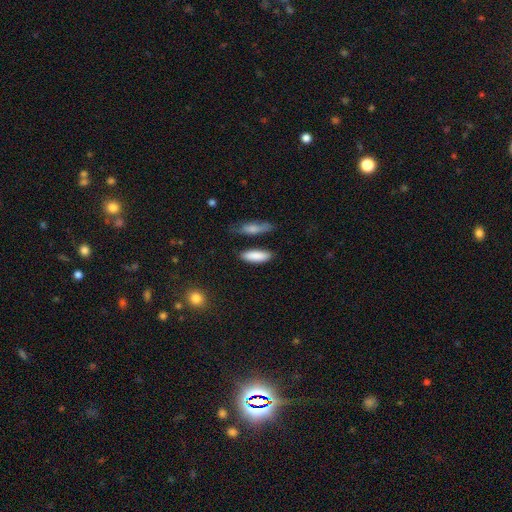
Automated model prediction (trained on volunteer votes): Smooth or featured: smooth — 87% (featured or disk — 7%)
How rounded: in between — 55% (cigar-shaped — 42%)
Merging: none — 79% (minor disturbance — 13%)